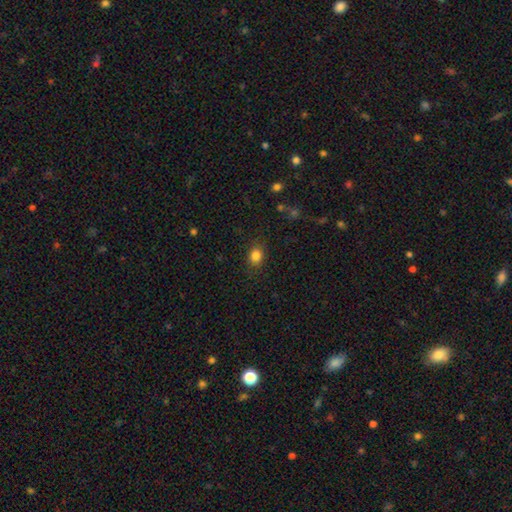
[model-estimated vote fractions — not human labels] Smooth or featured?
  - smooth: 84% *
  - star or artifact: 11%
  - featured or disk: 5%
How rounded?
  - in between: 50% *
  - round: 49%
  - cigar-shaped: 1%
Merging?
  - none: 84% *
  - minor disturbance: 11%
  - major disturbance: 3%
  - merger: 1%